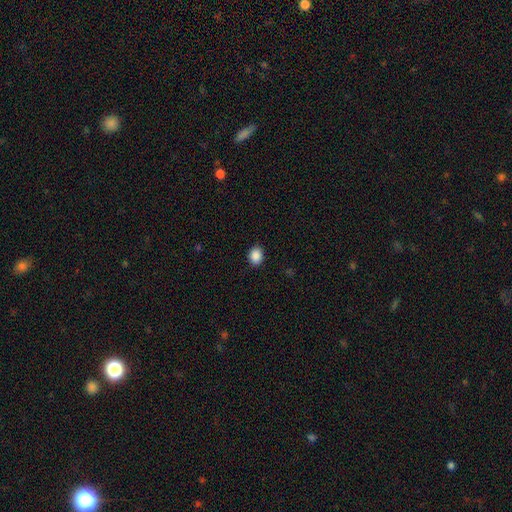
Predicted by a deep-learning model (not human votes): A smooth galaxy with no disk features (89%) that is in between round and cigar-shaped (50%).

Vote fractions:
- Smooth or featured? smooth: 89% / star or artifact: 9% / featured or disk: 3%
- How rounded? in between: 50% / round: 49% / cigar-shaped: 1%
- Merging? none: 90% / minor disturbance: 7% / major disturbance: 2% / merger: 1%